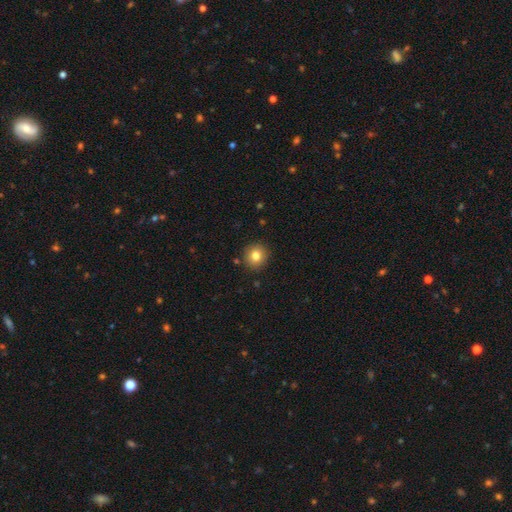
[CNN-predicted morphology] smooth-or-featured: smooth: 80% | star or artifact: 11% | featured or disk: 9%
  how-rounded: round: 91% | in between: 9% | cigar-shaped: 1%
  merging: none: 90% | minor disturbance: 7% | major disturbance: 2% | merger: 2%